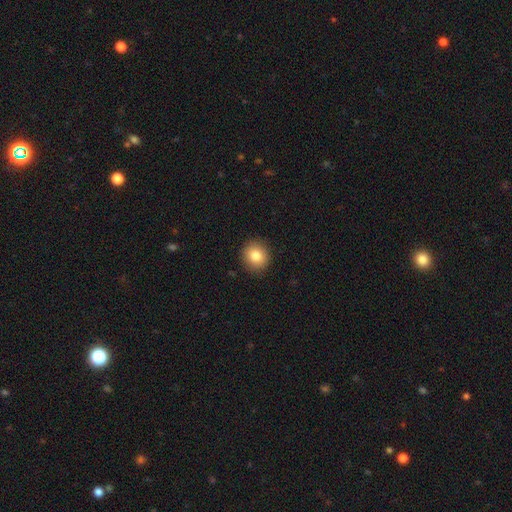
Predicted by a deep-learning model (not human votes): A smooth galaxy with no disk features (83%) that is round (85%).

Vote fractions:
- Smooth or featured? smooth: 83% / star or artifact: 10% / featured or disk: 8%
- How rounded? round: 85% / in between: 14% / cigar-shaped: 1%
- Merging? none: 90% / minor disturbance: 7% / major disturbance: 2% / merger: 1%